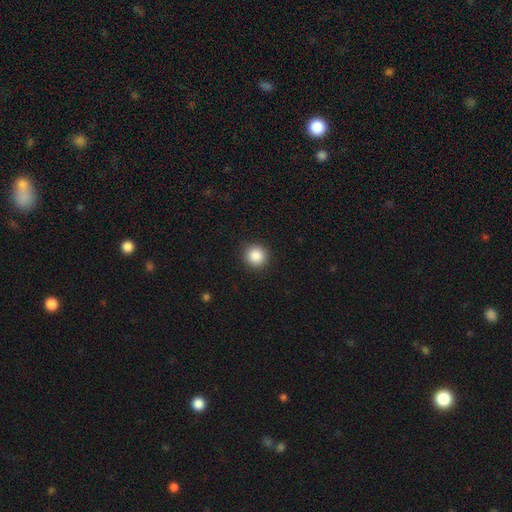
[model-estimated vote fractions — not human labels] Q: Smooth or featured?
A: smooth (87%); runner-up: star or artifact (9%)
Q: How rounded?
A: round (93%); runner-up: in between (6%)
Q: Merging?
A: none (91%); runner-up: minor disturbance (6%)